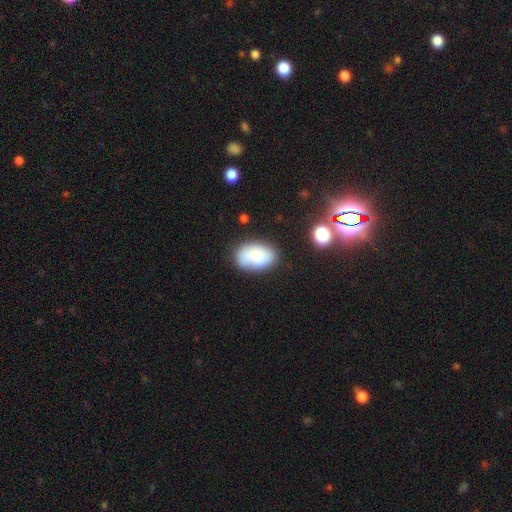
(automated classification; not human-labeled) smooth 78%, featured or disk 14%, star or artifact 8%. Down the decision tree: how rounded — in between (89%); merging — none (65%).